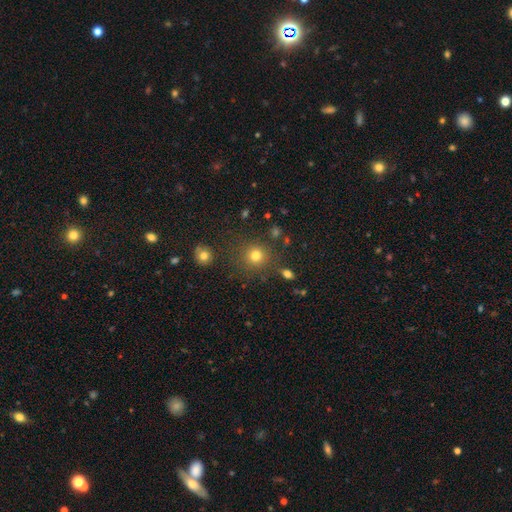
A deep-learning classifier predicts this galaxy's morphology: Smooth or featured?
  - smooth: 80% *
  - star or artifact: 14%
  - featured or disk: 6%
How rounded?
  - round: 92% *
  - in between: 7%
  - cigar-shaped: 1%
Merging?
  - none: 83% *
  - minor disturbance: 9%
  - merger: 5%
  - major disturbance: 4%